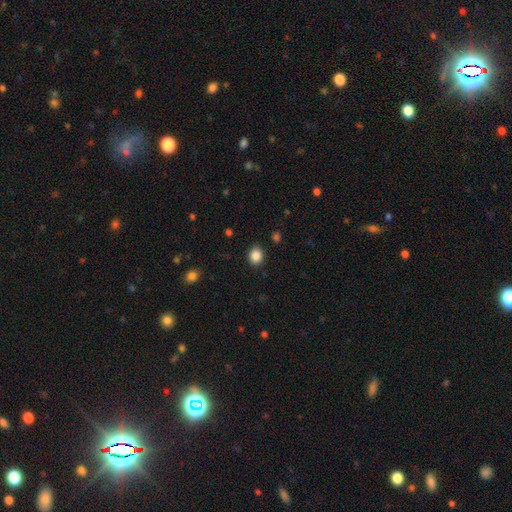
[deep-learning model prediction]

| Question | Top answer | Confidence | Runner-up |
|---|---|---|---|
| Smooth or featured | smooth | 87% | star or artifact (10%) |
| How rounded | round | 65% | in between (34%) |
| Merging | none | 90% | minor disturbance (7%) |